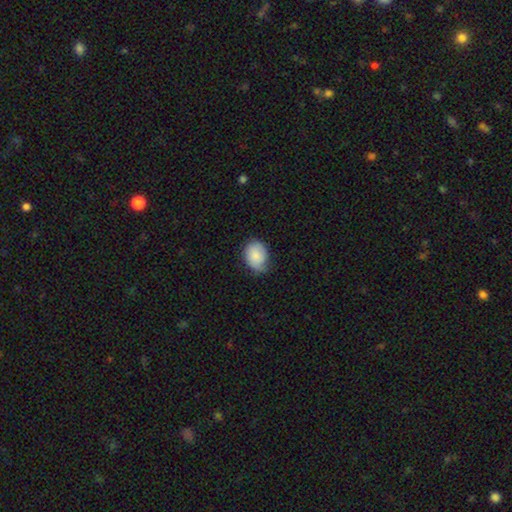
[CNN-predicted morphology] smooth_or_featured: smooth (p=0.82) [alt: featured or disk p=0.12]
how_rounded: in between (p=0.65) [alt: round p=0.34]
merging: none (p=0.55) [alt: minor disturbance p=0.36]